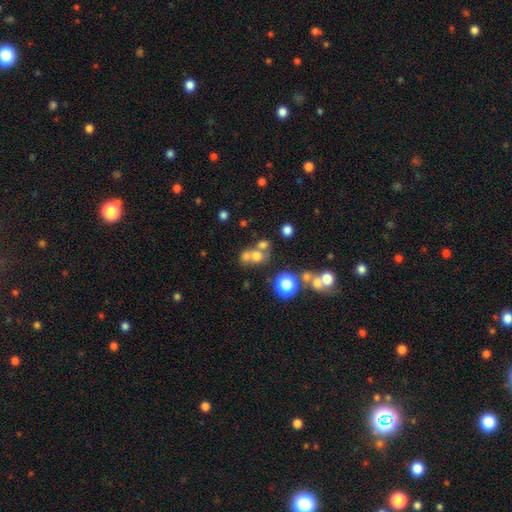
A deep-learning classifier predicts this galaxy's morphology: This appears to be a smooth galaxy with no disk features (62%) that is round (72%). Merging: merger (48%).